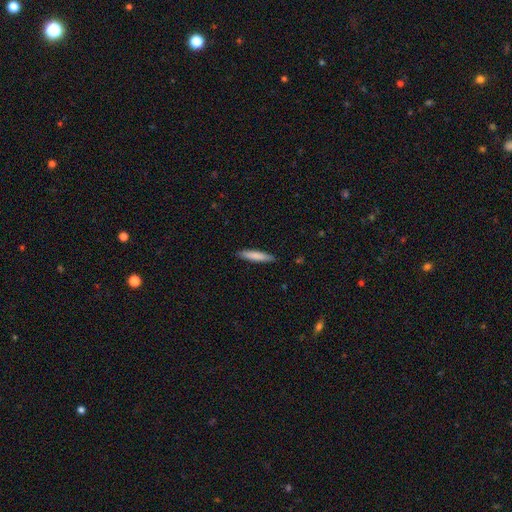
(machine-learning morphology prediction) A smooth galaxy with no disk features (81%) that is cigar-shaped (88%).

Vote fractions:
- Smooth or featured? smooth: 81% / featured or disk: 13% / star or artifact: 5%
- How rounded? cigar-shaped: 88% / in between: 11% / round: 1%
- Merging? none: 90% / minor disturbance: 8% / major disturbance: 2% / merger: 1%